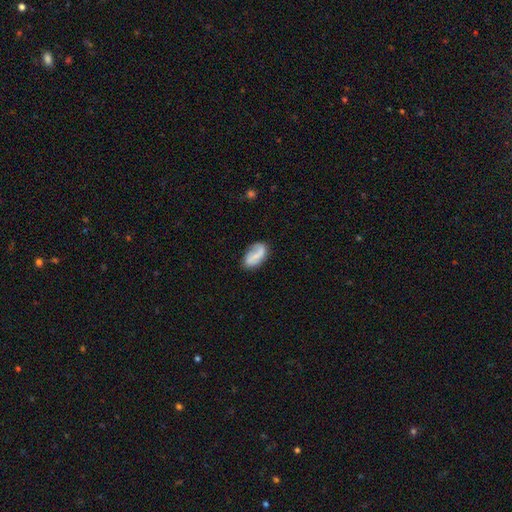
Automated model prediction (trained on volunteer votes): A smooth galaxy with no disk features (51%) that is in between round and cigar-shaped (91%).

Vote fractions:
- Smooth or featured? smooth: 51% / featured or disk: 41% / star or artifact: 8%
- How rounded? in between: 91% / round: 5% / cigar-shaped: 4%
- Merging? none: 61% / minor disturbance: 24% / major disturbance: 10% / merger: 5%